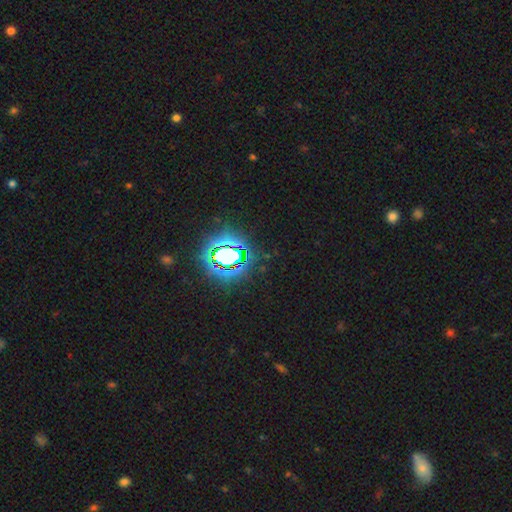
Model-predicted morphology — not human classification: type=star or artifact (80%).